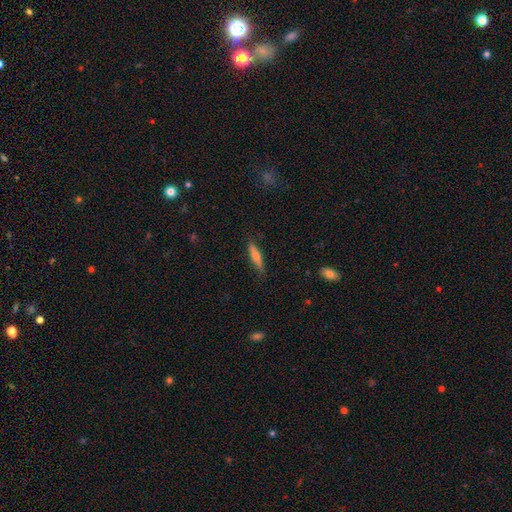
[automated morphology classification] A smooth galaxy with no disk features (48%). Merging: none (85%).